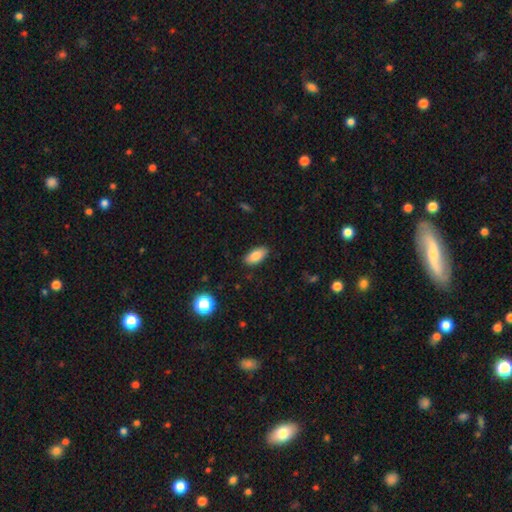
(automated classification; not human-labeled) smooth-or-featured: smooth: 87% | star or artifact: 7% | featured or disk: 6%
  how-rounded: in between: 89% | cigar-shaped: 8% | round: 2%
  merging: none: 86% | minor disturbance: 11% | major disturbance: 2% | merger: 1%